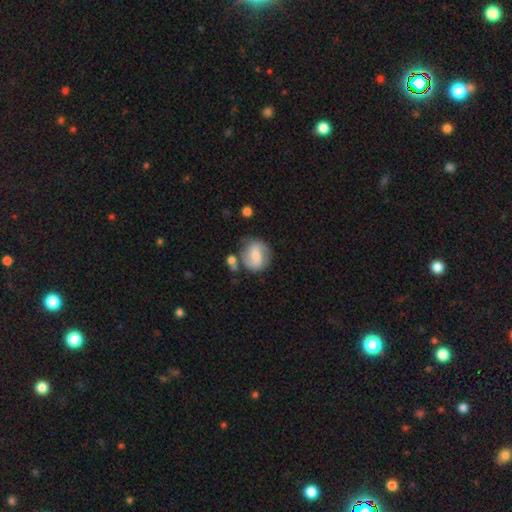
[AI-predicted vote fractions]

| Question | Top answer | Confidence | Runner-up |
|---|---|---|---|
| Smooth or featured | featured or disk | 53% | smooth (40%) |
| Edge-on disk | no | 97% | yes (3%) |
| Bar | weak | 44% | no (30%) |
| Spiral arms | yes | 81% | no (19%) |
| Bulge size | small | 47% | moderate (42%) |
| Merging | none | 67% | minor disturbance (17%) |